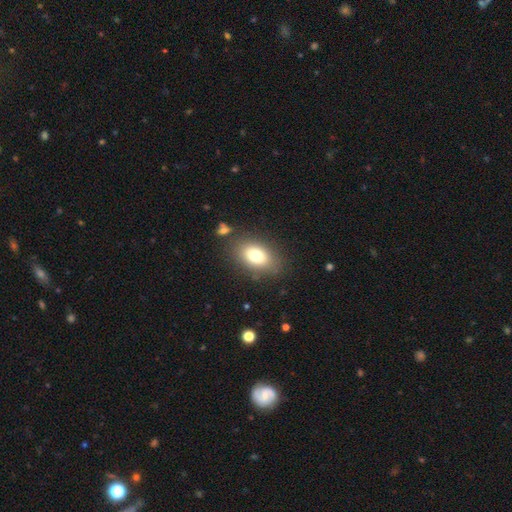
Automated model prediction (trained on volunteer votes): This is likely a smooth galaxy (76%). How rounded: clearly in between (83%). Merging: likely none (79%).